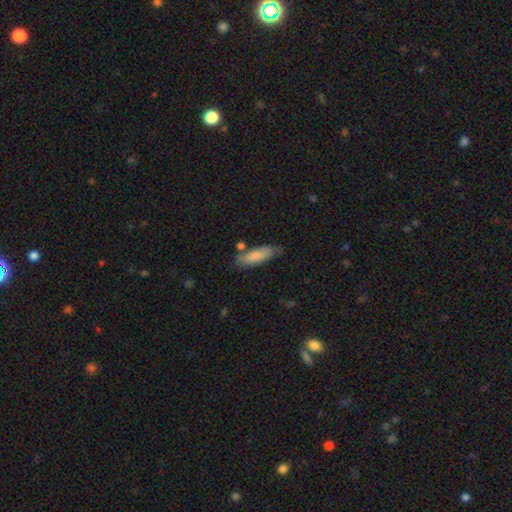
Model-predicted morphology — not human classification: Q: Smooth or featured?
A: smooth (81%); runner-up: featured or disk (13%)
Q: How rounded?
A: in between (53%); runner-up: cigar-shaped (45%)
Q: Merging?
A: none (67%); runner-up: minor disturbance (21%)